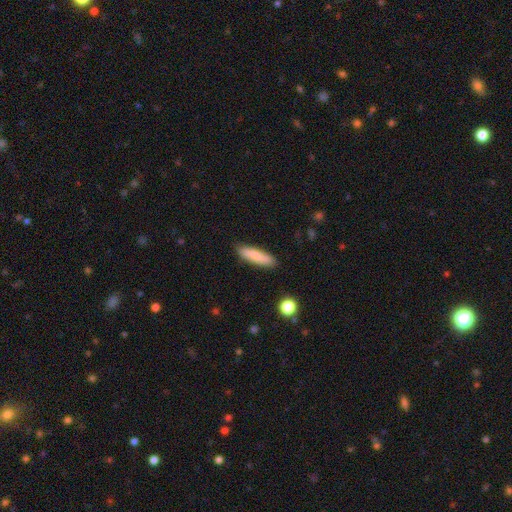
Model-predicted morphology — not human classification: type=smooth (82%); roundness=cigar-shaped (73%); merging=none (85%).